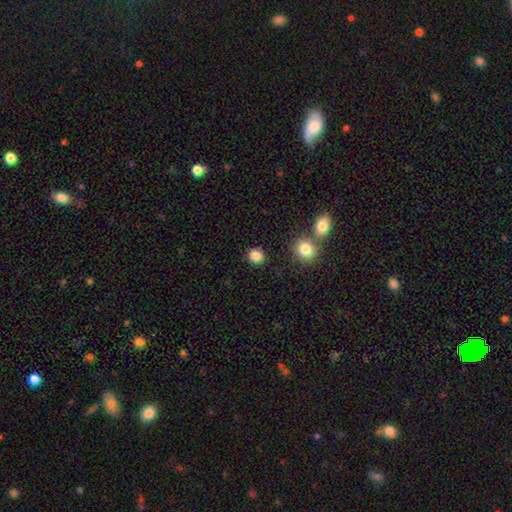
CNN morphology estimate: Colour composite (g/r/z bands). It shows a smooth galaxy with no disk features (86%) that is round (70%). Merging: none (85%).